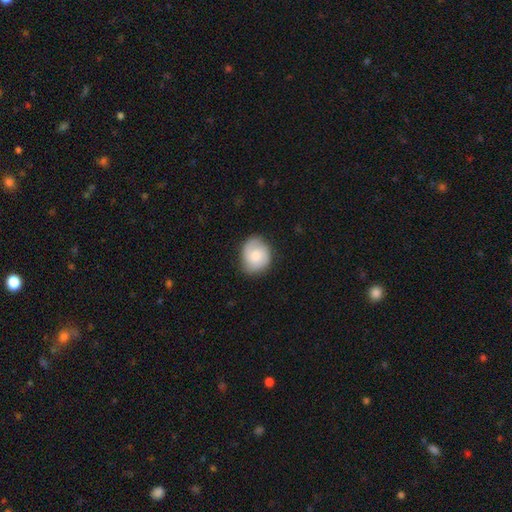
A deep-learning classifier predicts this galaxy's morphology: type=smooth (64%); roundness=round (66%); merging=none (77%).